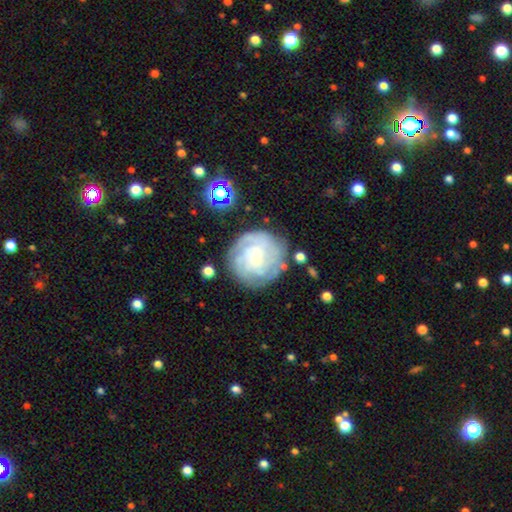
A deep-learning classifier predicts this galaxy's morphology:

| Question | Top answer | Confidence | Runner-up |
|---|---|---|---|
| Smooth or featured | featured or disk | 69% | smooth (23%) |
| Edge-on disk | no | 98% | yes (2%) |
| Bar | no | 73% | weak (23%) |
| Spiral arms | yes | 89% | no (11%) |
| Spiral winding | tight | 70% | medium (23%) |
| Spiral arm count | can't tell | 46% | 3 (15%) |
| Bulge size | small | 68% | moderate (17%) |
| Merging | none | 76% | minor disturbance (15%) |